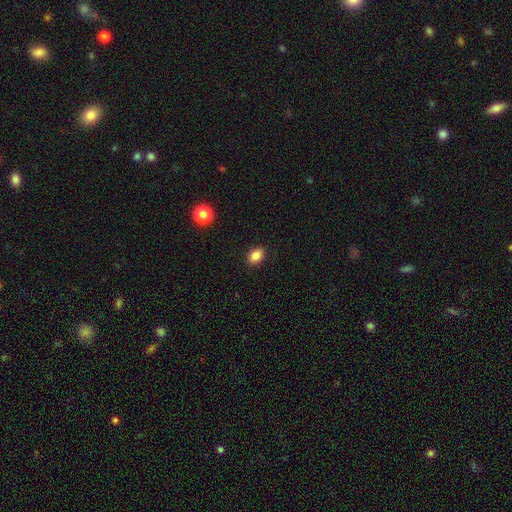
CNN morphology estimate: type=smooth (85%); roundness=in between (75%); merging=none (89%).